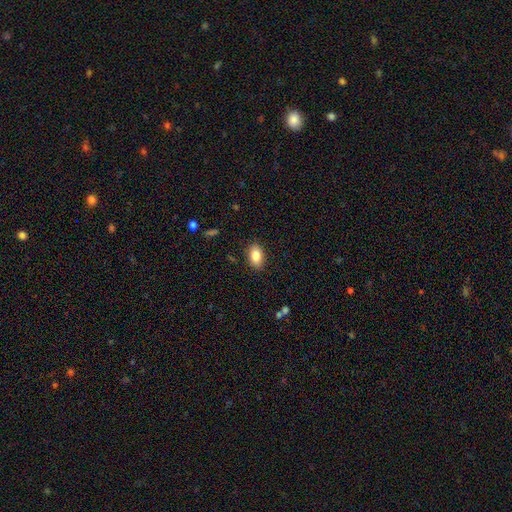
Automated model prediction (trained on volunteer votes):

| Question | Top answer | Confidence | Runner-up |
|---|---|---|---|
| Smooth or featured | smooth | 84% | featured or disk (8%) |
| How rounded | in between | 90% | round (9%) |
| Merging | none | 88% | minor disturbance (8%) |